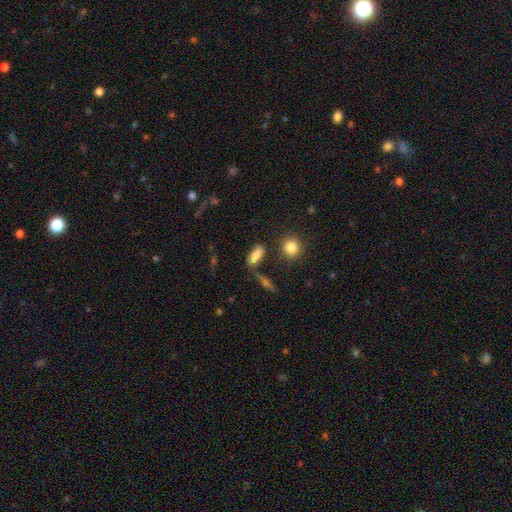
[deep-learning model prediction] Smooth or featured: smooth — 79% (featured or disk — 12%)
How rounded: in between — 76% (cigar-shaped — 19%)
Merging: none — 70% (minor disturbance — 16%)